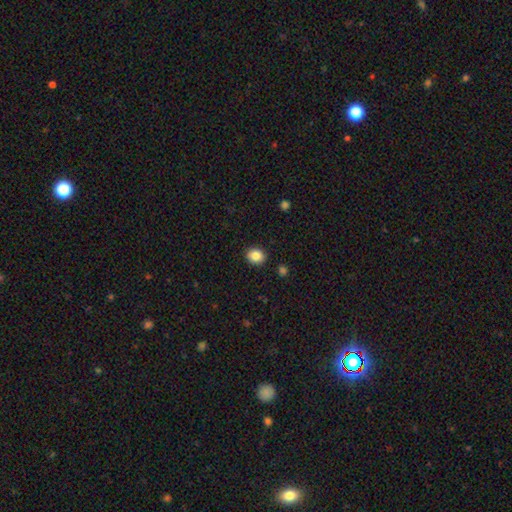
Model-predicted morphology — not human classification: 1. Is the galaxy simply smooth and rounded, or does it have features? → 86% smooth, 9% star or artifact, 5% featured or disk.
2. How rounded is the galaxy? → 64% round, 35% in between, 1% cigar-shaped.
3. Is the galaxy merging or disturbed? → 91% none, 6% minor disturbance, 2% major disturbance, 1% merger.